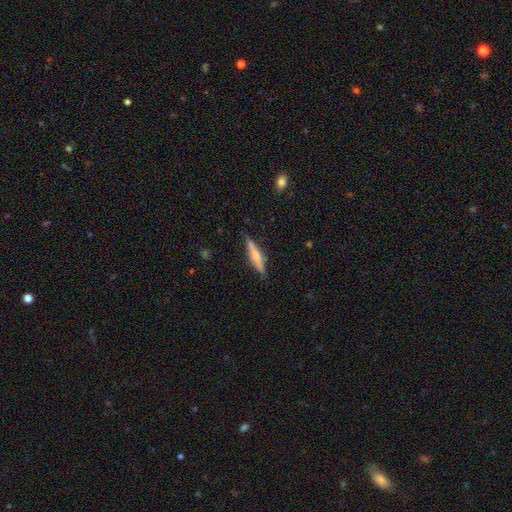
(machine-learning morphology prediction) This is possibly a featured or disk galaxy (47%). Merging: clearly none (83%).